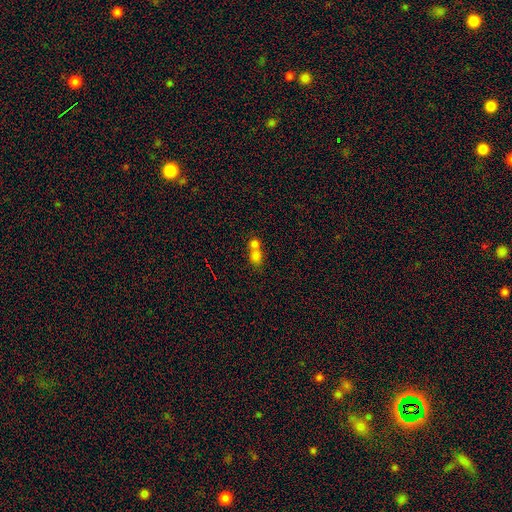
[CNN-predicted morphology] Smooth or featured?
  - smooth: 75% *
  - star or artifact: 13%
  - featured or disk: 13%
How rounded?
  - round: 53% *
  - in between: 45%
  - cigar-shaped: 3%
Merging?
  - merger: 68% *
  - none: 24%
  - minor disturbance: 5%
  - major disturbance: 3%